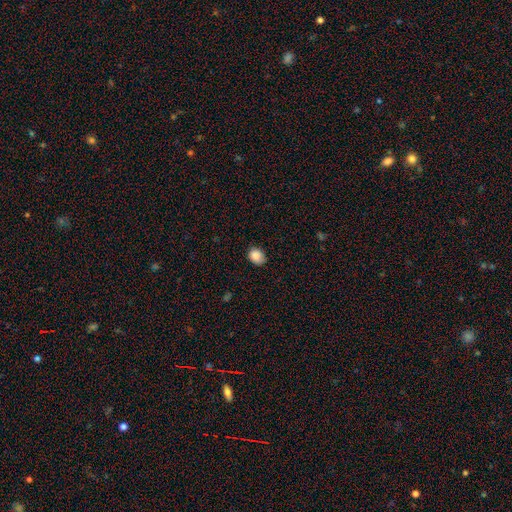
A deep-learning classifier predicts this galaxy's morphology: Smooth or featured? Predicted: smooth (p=0.87). How rounded? Predicted: in between (p=0.55). Merging? Predicted: none (p=0.81).